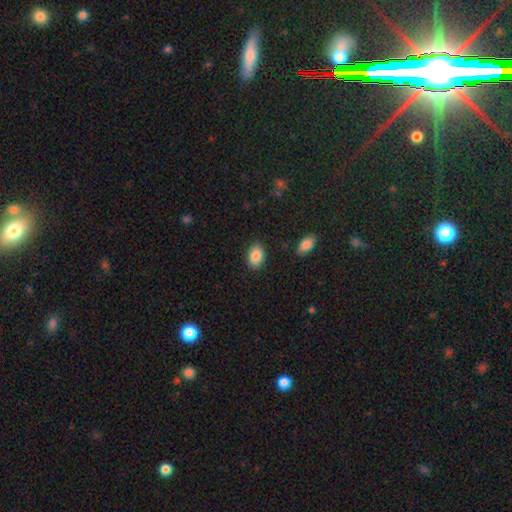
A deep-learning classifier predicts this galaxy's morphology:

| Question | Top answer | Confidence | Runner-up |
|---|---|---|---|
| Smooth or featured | smooth | 86% | star or artifact (7%) |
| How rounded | in between | 80% | round (19%) |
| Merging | none | 87% | minor disturbance (9%) |